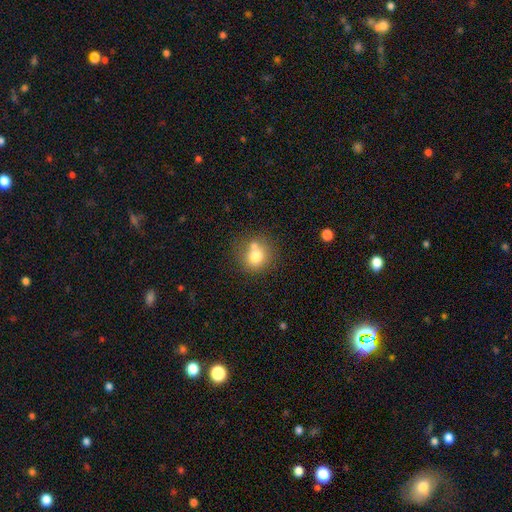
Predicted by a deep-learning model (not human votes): A smooth galaxy with no disk features (74%) that is round (84%).

Vote fractions:
- Smooth or featured? smooth: 74% / featured or disk: 15% / star or artifact: 11%
- How rounded? round: 84% / in between: 15% / cigar-shaped: 1%
- Merging? none: 58% / merger: 27% / minor disturbance: 11% / major disturbance: 4%